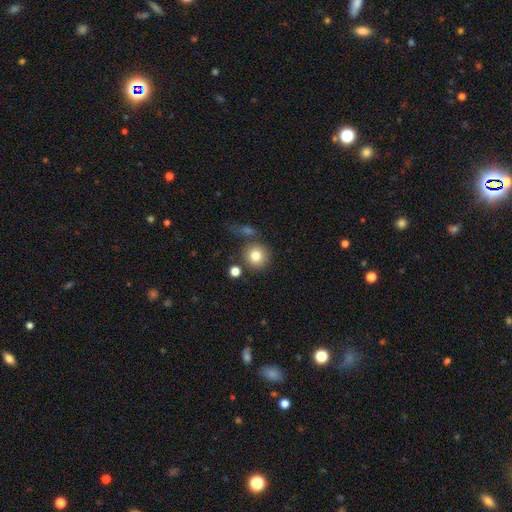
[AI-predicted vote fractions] This appears to be a smooth galaxy with no disk features (80%) that is round (92%). Merging: none (74%).